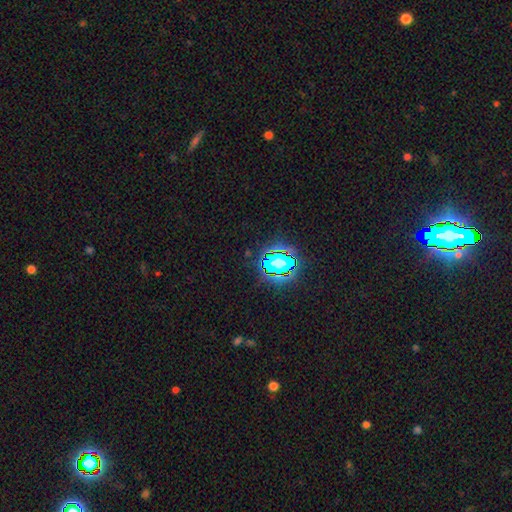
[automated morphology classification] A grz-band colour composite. It shows a star or artifact, not a galaxy (81%).